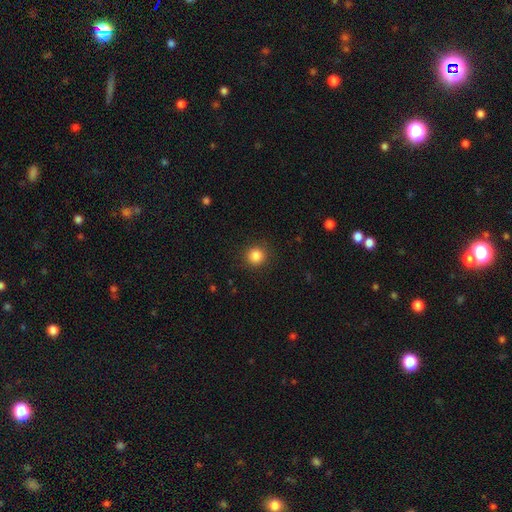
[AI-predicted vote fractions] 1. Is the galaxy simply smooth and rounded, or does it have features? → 85% smooth, 11% star or artifact, 4% featured or disk.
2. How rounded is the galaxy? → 93% round, 6% in between, 1% cigar-shaped.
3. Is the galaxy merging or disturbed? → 90% none, 6% minor disturbance, 3% major disturbance, 1% merger.